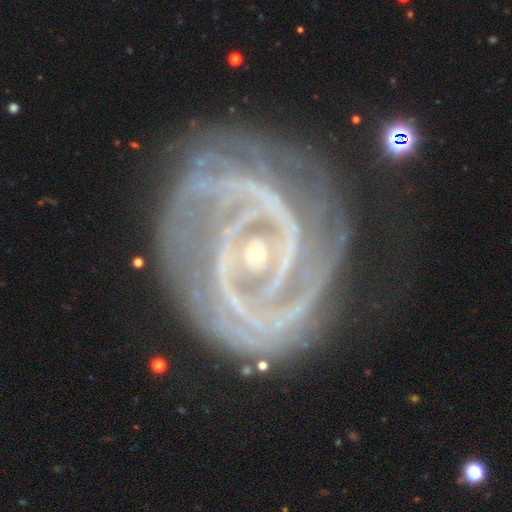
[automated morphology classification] The model was most divided on "bar" (2-way tie): weak: 37%, strong: 37%, no: 26%. More confident: spiral arms — yes (98%); edge-on disk — no (98%); smooth or featured — featured or disk (91%); bulge size — small (81%); merging — none (70%); spiral arm count — 2 (66%); spiral winding — tight (64%).